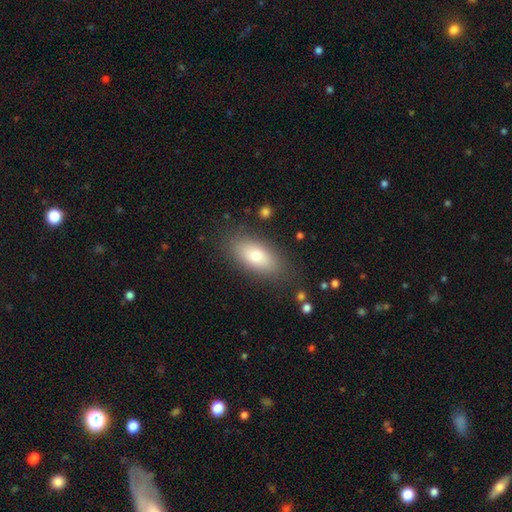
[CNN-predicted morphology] smooth-or-featured: smooth: 75% | featured or disk: 17% | star or artifact: 8%
  how-rounded: in between: 84% | cigar-shaped: 11% | round: 4%
  merging: none: 83% | minor disturbance: 12% | major disturbance: 4% | merger: 2%